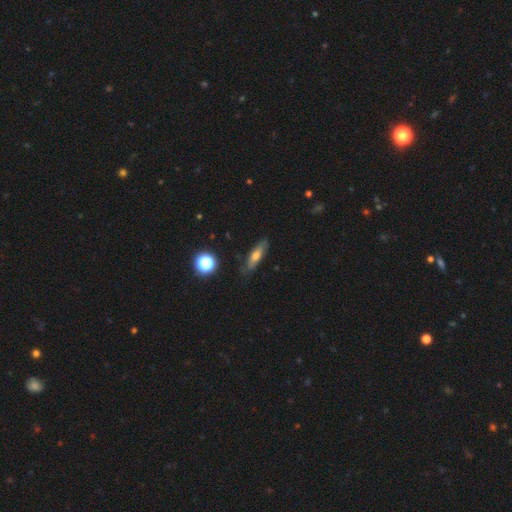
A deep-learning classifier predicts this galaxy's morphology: Smooth or featured? smooth (56%)
How rounded? cigar-shaped (59%)
Merging? none (80%)